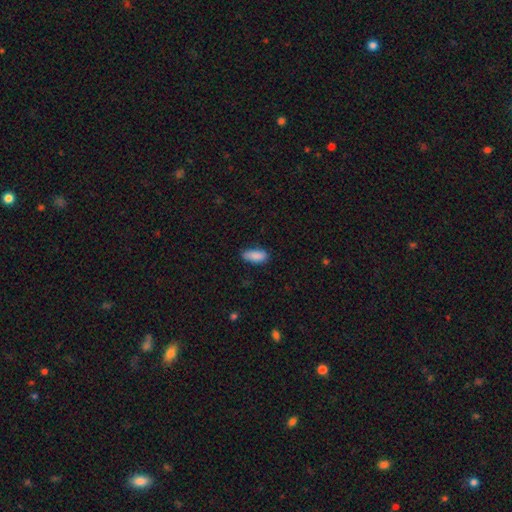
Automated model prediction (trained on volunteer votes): Smooth or featured? Predicted: smooth (p=0.89). How rounded? Predicted: in between (p=0.85). Merging? Predicted: none (p=0.79).